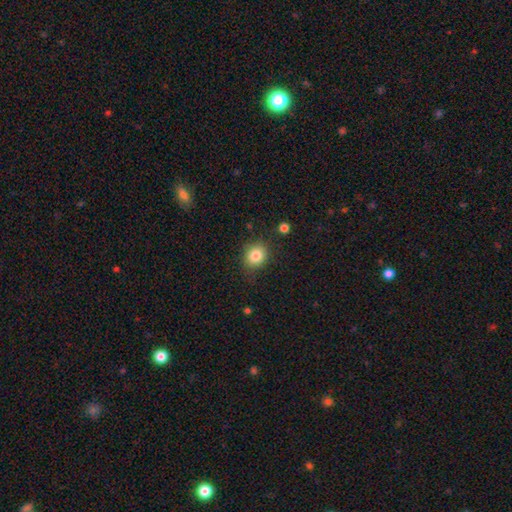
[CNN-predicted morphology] The model was most divided on "how rounded": round: 73%, in between: 26%, cigar-shaped: 1%. More confident: smooth or featured — smooth (83%); merging — none (82%).